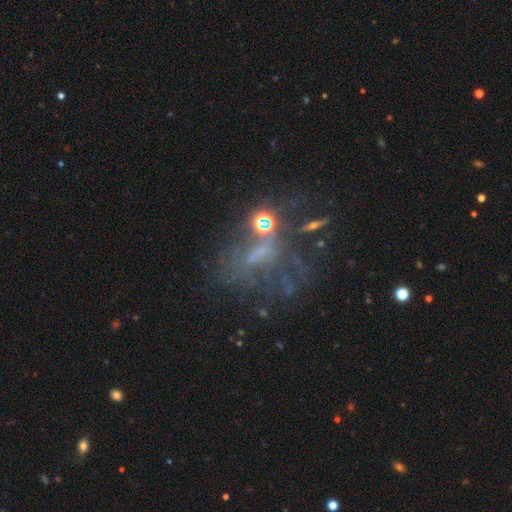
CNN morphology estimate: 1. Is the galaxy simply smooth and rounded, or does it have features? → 48% featured or disk, 32% star or artifact, 20% smooth.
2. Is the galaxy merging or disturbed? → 35% major disturbance, 34% none, 17% merger, 14% minor disturbance.